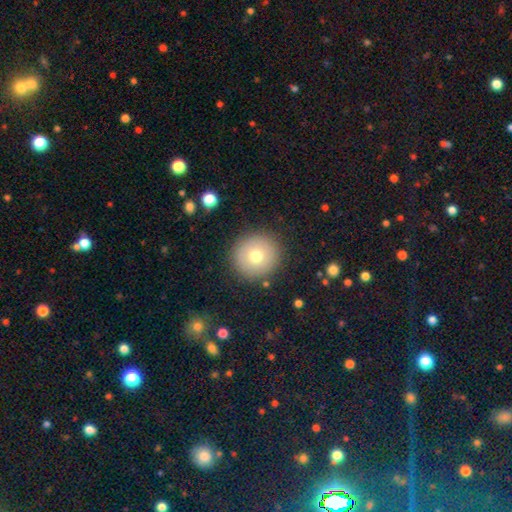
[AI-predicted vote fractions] smooth-or-featured: smooth: 70% | featured or disk: 18% | star or artifact: 11%
  how-rounded: round: 94% | in between: 5% | cigar-shaped: 1%
  merging: none: 89% | minor disturbance: 7% | major disturbance: 3% | merger: 1%